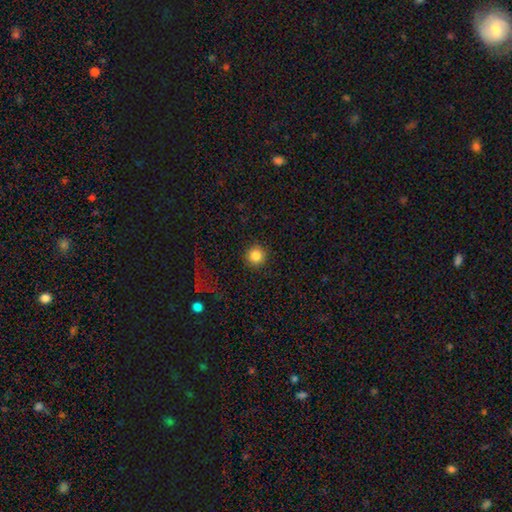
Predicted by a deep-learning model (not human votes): Smooth or featured? smooth (84%)
How rounded? round (96%)
Merging? none (92%)